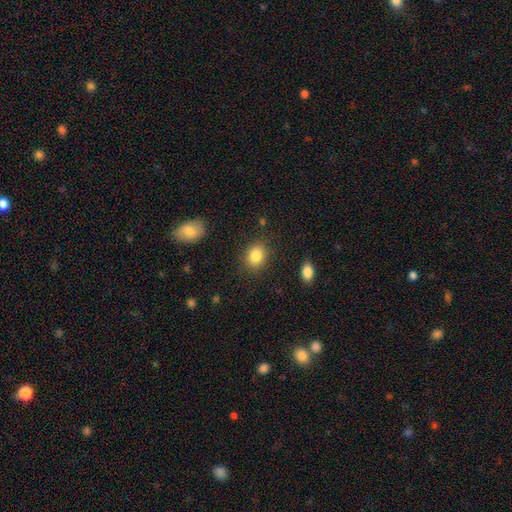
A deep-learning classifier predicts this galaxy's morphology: smooth_or_featured: smooth (p=0.85) [alt: star or artifact p=0.09]
how_rounded: round (p=0.51) [alt: in between p=0.48]
merging: none (p=0.85) [alt: minor disturbance p=0.10]